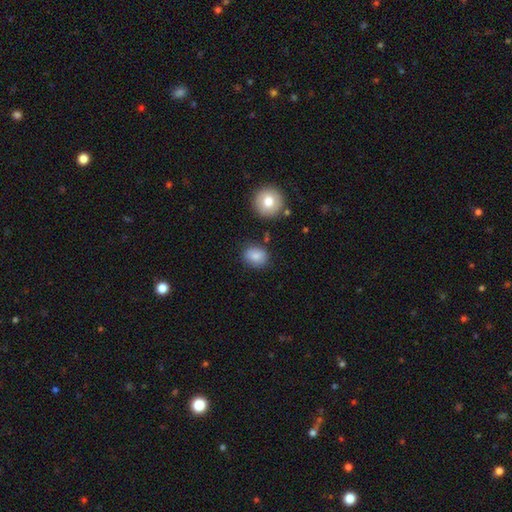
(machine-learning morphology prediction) type=smooth (82%); roundness=round (55%); merging=none (78%).